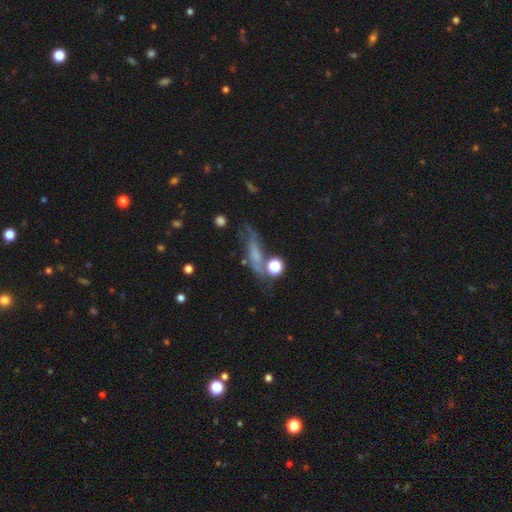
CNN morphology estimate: A smooth galaxy with no disk features (41%). Merging: none (47%).